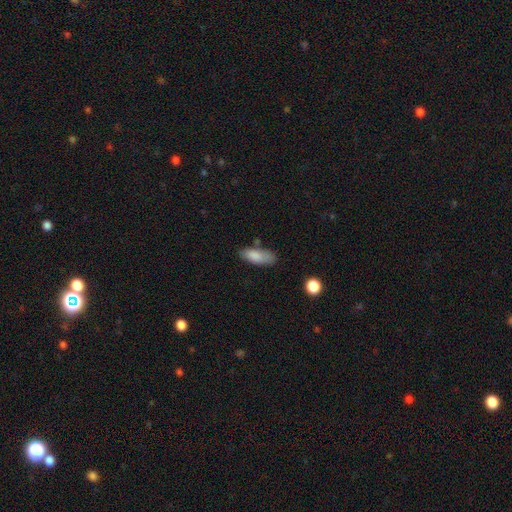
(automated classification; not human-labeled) Smooth or featured?
  - smooth: 84% *
  - featured or disk: 9%
  - star or artifact: 7%
How rounded?
  - in between: 77% *
  - cigar-shaped: 21%
  - round: 2%
Merging?
  - none: 66% *
  - minor disturbance: 23%
  - merger: 6%
  - major disturbance: 5%